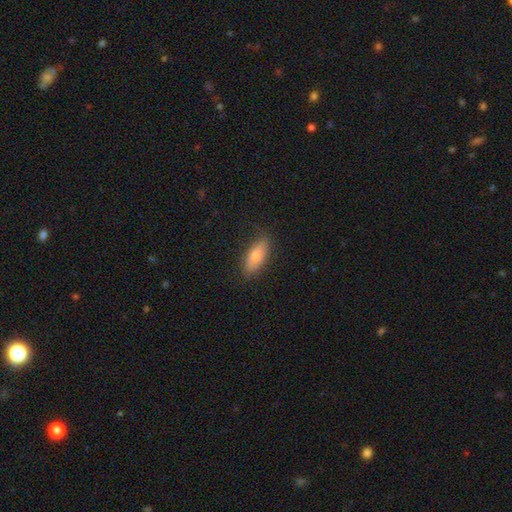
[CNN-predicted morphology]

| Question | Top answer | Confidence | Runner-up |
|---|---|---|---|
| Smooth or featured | smooth | 70% | featured or disk (23%) |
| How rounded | in between | 66% | cigar-shaped (32%) |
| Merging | none | 85% | minor disturbance (12%) |